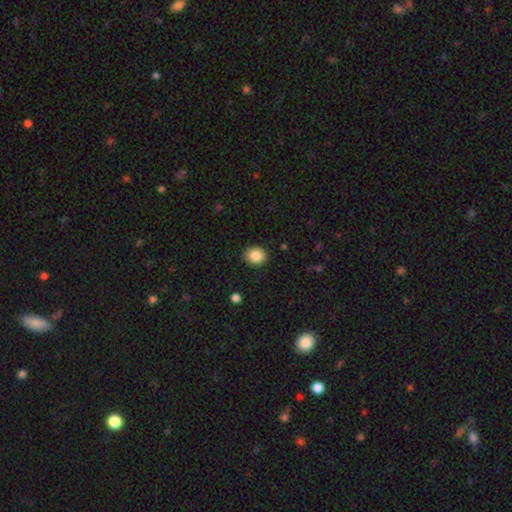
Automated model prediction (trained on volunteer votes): A smooth galaxy with no disk features (86%) that is round (59%). Merging: none (90%).